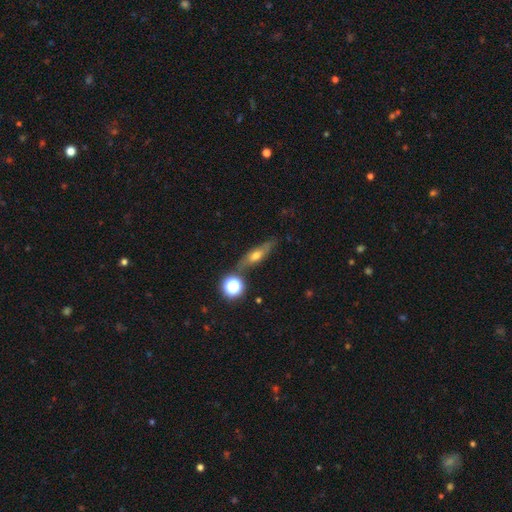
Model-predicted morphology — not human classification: Overall: featured or disk (46%; smooth 40%). Merging: none (73%).